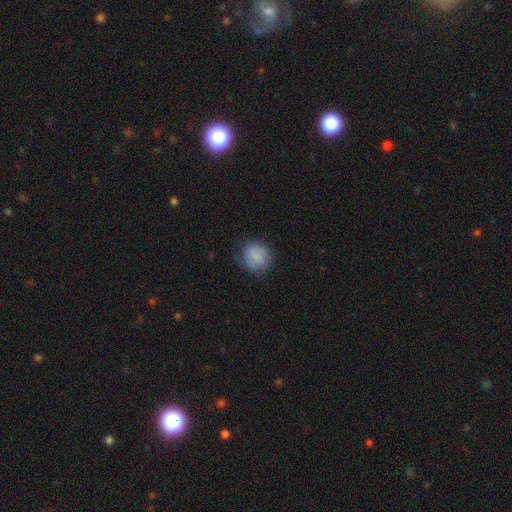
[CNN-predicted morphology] smooth-or-featured: smooth: 79% | featured or disk: 13% | star or artifact: 8%
  how-rounded: round: 80% | in between: 19% | cigar-shaped: 1%
  merging: none: 69% | minor disturbance: 21% | major disturbance: 8% | merger: 1%